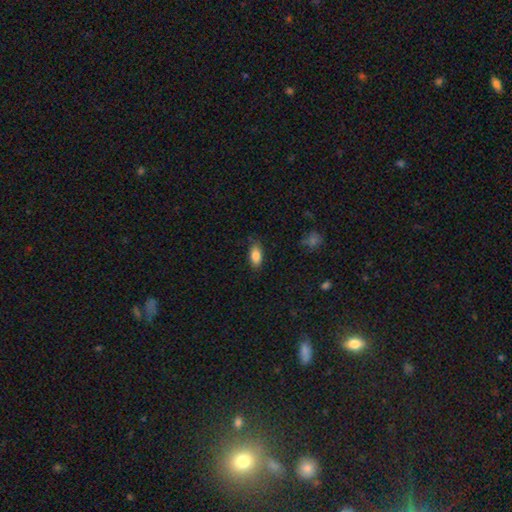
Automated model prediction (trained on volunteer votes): Smooth or featured? Predicted: smooth (p=0.85). How rounded? Predicted: in between (p=0.88). Merging? Predicted: none (p=0.83).